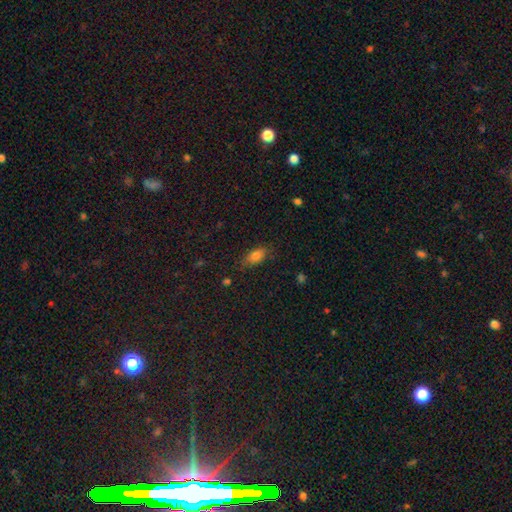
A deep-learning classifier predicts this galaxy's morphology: smooth-or-featured: smooth: 80% | star or artifact: 11% | featured or disk: 8%
  how-rounded: in between: 87% | cigar-shaped: 7% | round: 6%
  merging: none: 77% | minor disturbance: 17% | major disturbance: 5% | merger: 2%